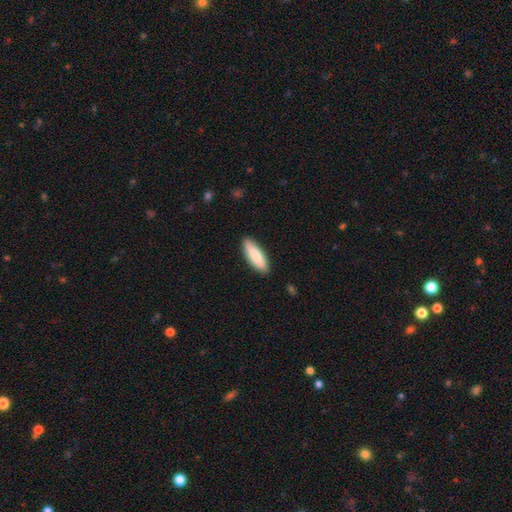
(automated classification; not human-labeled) smooth_or_featured: smooth (p=0.83) [alt: featured or disk p=0.12]
how_rounded: in between (p=0.58) [alt: cigar-shaped p=0.40]
merging: none (p=0.88) [alt: minor disturbance p=0.09]